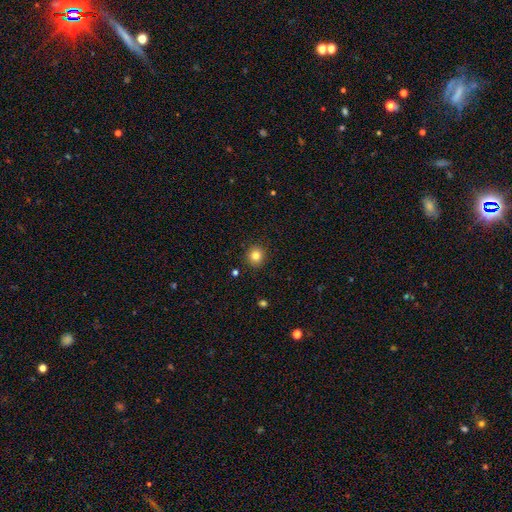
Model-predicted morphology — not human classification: smooth_or_featured: smooth (p=0.82) [alt: star or artifact p=0.12]
how_rounded: round (p=0.92) [alt: in between p=0.07]
merging: none (p=0.91) [alt: minor disturbance p=0.06]